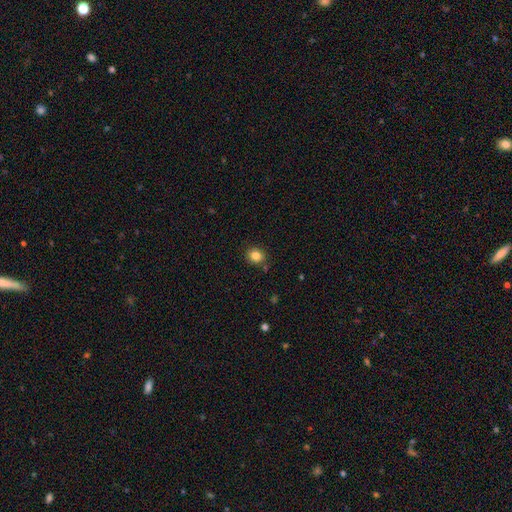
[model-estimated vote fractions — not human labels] Smooth or featured: smooth — 84% (star or artifact — 11%)
How rounded: round — 77% (in between — 22%)
Merging: none — 86% (minor disturbance — 9%)